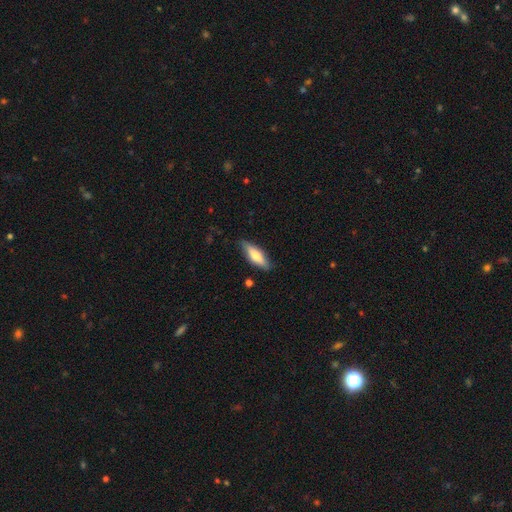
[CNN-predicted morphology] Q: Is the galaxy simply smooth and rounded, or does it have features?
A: smooth — 66%.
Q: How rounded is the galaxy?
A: cigar-shaped — 49%, tied with in between.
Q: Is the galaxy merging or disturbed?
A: none — 82%.